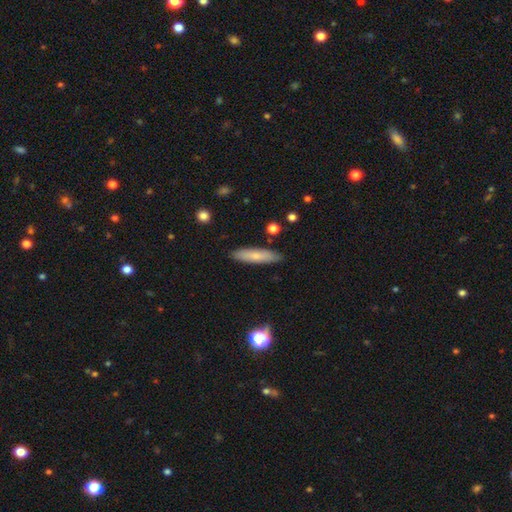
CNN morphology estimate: A smooth galaxy with no disk features (68%) that is cigar-shaped (77%).

Vote fractions:
- Smooth or featured? smooth: 68% / featured or disk: 25% / star or artifact: 6%
- How rounded? cigar-shaped: 77% / in between: 21% / round: 2%
- Merging? none: 87% / minor disturbance: 9% / major disturbance: 2% / merger: 1%